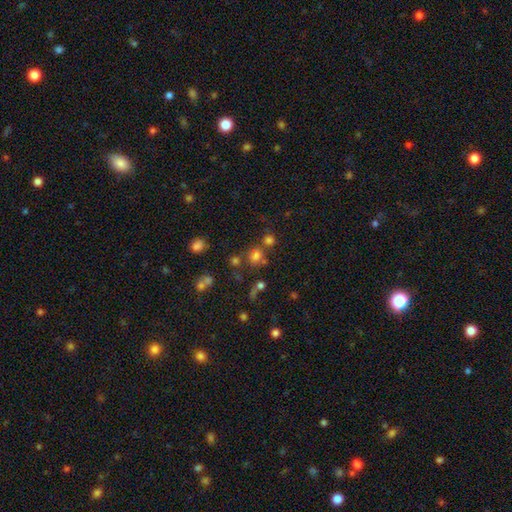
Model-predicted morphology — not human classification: A smooth galaxy with no disk features (66%) that is round (84%). Merging: none (62%).